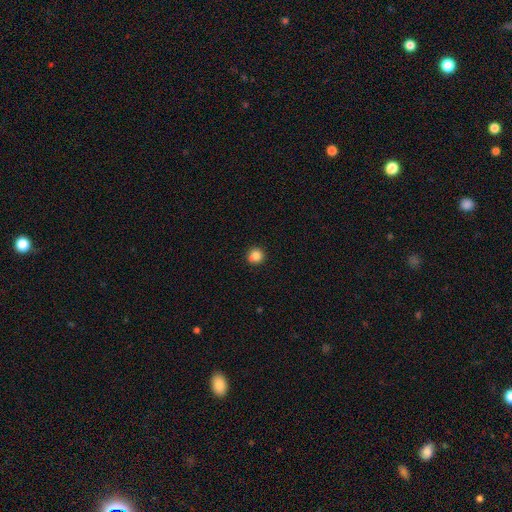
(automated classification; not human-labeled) This appears to be a smooth galaxy with no disk features (85%) that is round (93%). Merging: none (90%).